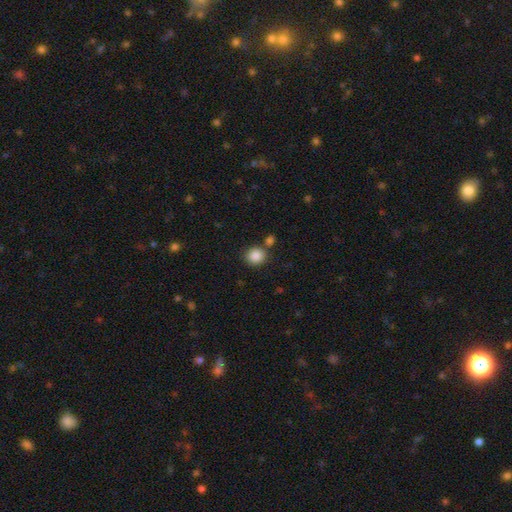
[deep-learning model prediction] Q: Smooth or featured?
A: smooth (87%); runner-up: star or artifact (9%)
Q: How rounded?
A: round (85%); runner-up: in between (14%)
Q: Merging?
A: none (77%); runner-up: merger (12%)